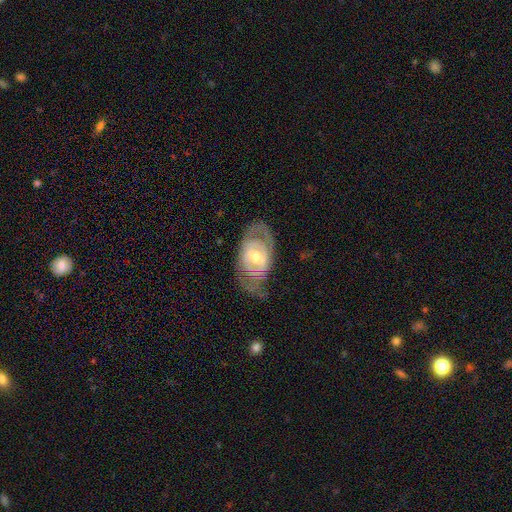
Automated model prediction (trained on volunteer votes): smooth_or_featured: featured or disk (p=0.79) [alt: smooth p=0.16]
disk_edge_on: no (p=0.93) [alt: yes p=0.07]
bar: weak (p=0.44) [alt: no p=0.36]
has_spiral_arms: yes (p=0.76) [alt: no p=0.24]
spiral_winding: tight (p=0.53) [alt: medium p=0.35]
spiral_arm_count: 2 (p=0.62) [alt: can't tell p=0.26]
bulge_size: moderate (p=0.66) [alt: small p=0.27]
merging: none (p=0.63) [alt: minor disturbance p=0.22]